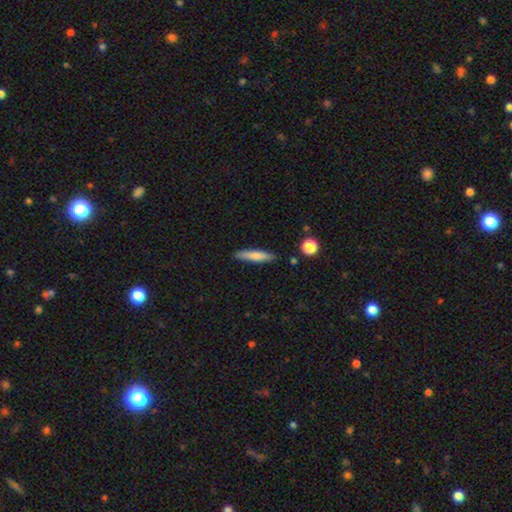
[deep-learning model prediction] Overall: smooth (72%). How rounded: cigar-shaped (86%). Merging: none (85%).